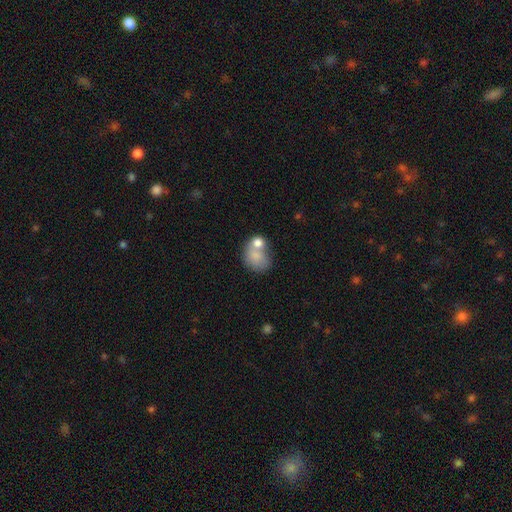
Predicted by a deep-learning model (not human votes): Smooth or featured: smooth — 76% (featured or disk — 15%)
How rounded: round — 53% (in between — 45%)
Merging: merger — 47% (none — 31%)